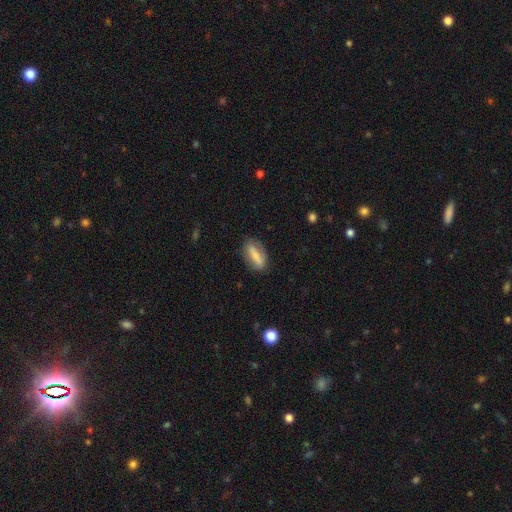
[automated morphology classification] This is likely a smooth galaxy (68%). How rounded: likely in between (72%). Merging: likely none (78%).